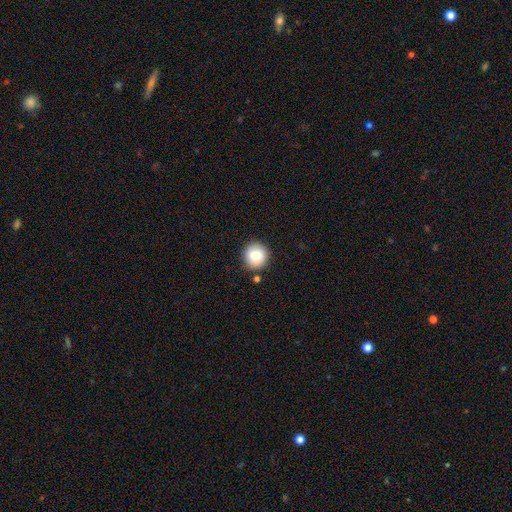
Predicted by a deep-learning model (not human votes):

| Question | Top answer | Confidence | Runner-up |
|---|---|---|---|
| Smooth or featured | smooth | 84% | star or artifact (9%) |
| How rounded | round | 92% | in between (7%) |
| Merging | none | 86% | minor disturbance (9%) |